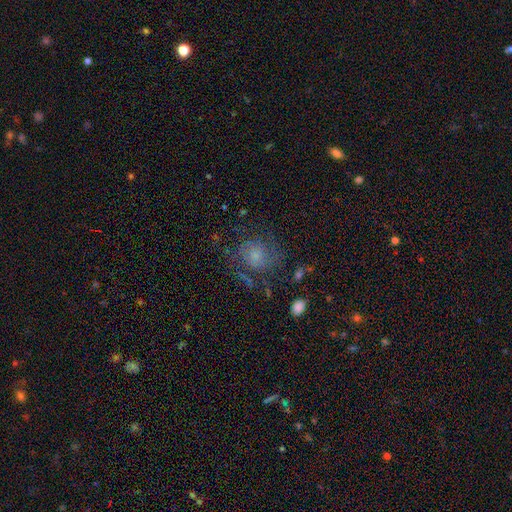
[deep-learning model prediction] featured or disk 53%, smooth 34%, star or artifact 13%. Down the decision tree: edge-on disk — no (97%); bar — no (77%); spiral arms — yes (80%); bulge size — small (40%); merging — none (58%).